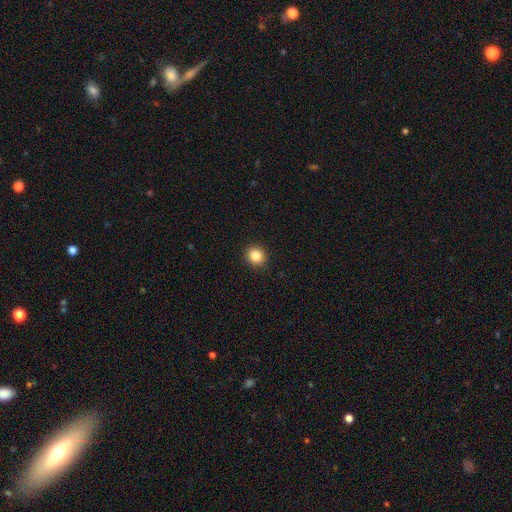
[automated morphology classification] The model was most divided on "smooth or featured": smooth: 85%, star or artifact: 10%, featured or disk: 4%. More confident: merging — none (92%); how rounded — round (88%).